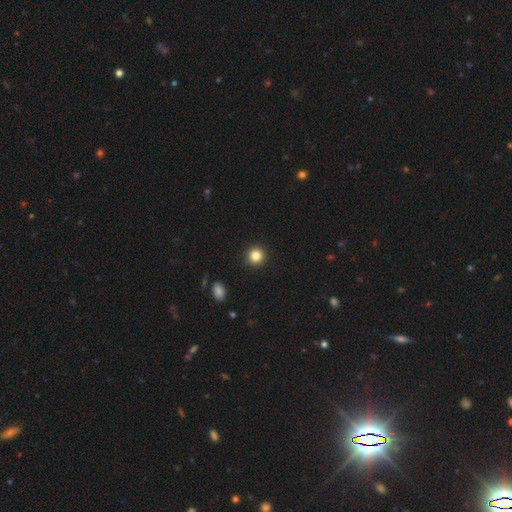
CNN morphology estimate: The model was most divided on "smooth or featured": smooth: 84%, star or artifact: 11%, featured or disk: 5%. More confident: how rounded — round (94%); merging — none (92%).